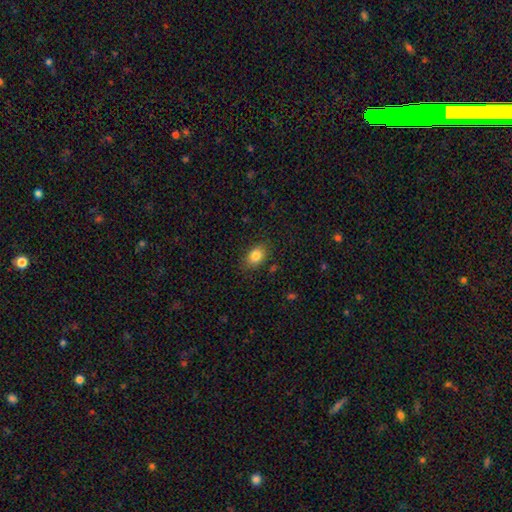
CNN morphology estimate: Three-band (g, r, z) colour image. It shows a smooth galaxy with no disk features (83%) that is in between round and cigar-shaped (77%). Merging: none (84%).